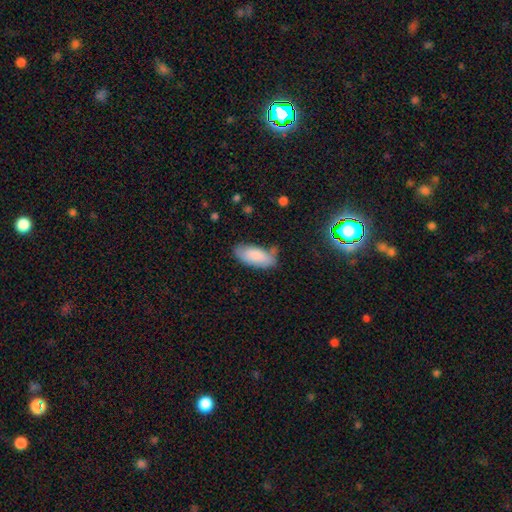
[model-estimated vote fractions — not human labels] Smooth or featured? smooth (82%)
How rounded? in between (87%)
Merging? none (64%)